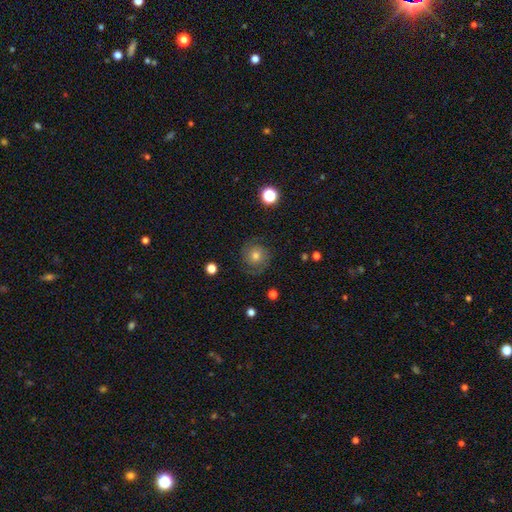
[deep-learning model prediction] Smooth or featured: featured or disk — 62% (smooth — 26%)
Edge-on disk: no — 98% (yes — 2%)
Bar: no — 81% (weak — 16%)
Spiral arms: yes — 90% (no — 10%)
Spiral winding: tight — 54% (medium — 36%)
Spiral arm count: 2 — 78% (can't tell — 10%)
Bulge size: moderate — 66% (small — 24%)
Merging: none — 83% (minor disturbance — 11%)